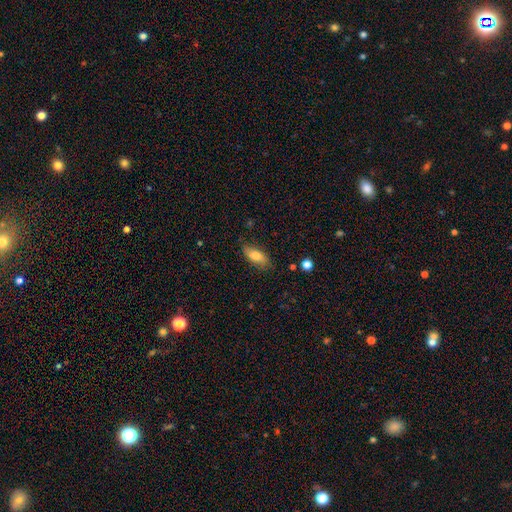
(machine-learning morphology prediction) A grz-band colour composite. It shows a smooth galaxy with no disk features (76%) that is in between round and cigar-shaped (83%). Merging: none (77%).